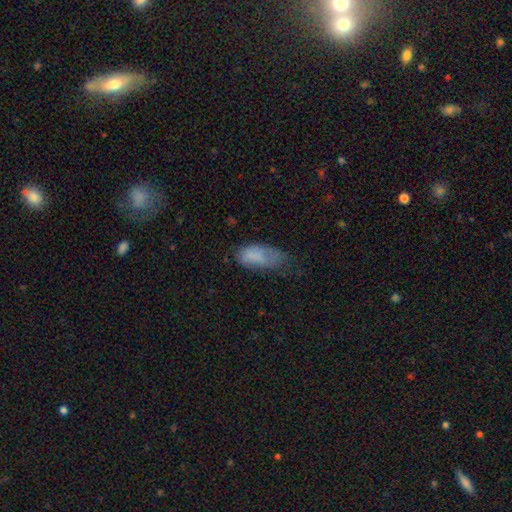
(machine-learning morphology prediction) Smooth or featured? Predicted: smooth (p=0.79). How rounded? Predicted: in between (p=0.88). Merging? Predicted: minor disturbance (p=0.41).